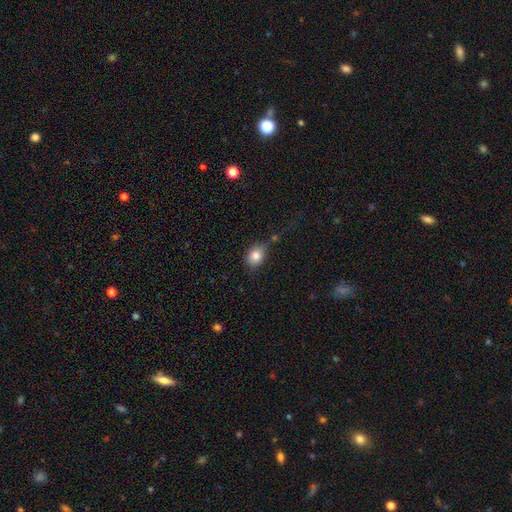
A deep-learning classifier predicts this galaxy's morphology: This appears to be a smooth galaxy with no disk features (81%) that is in between round and cigar-shaped (52%). Merging: none (56%).